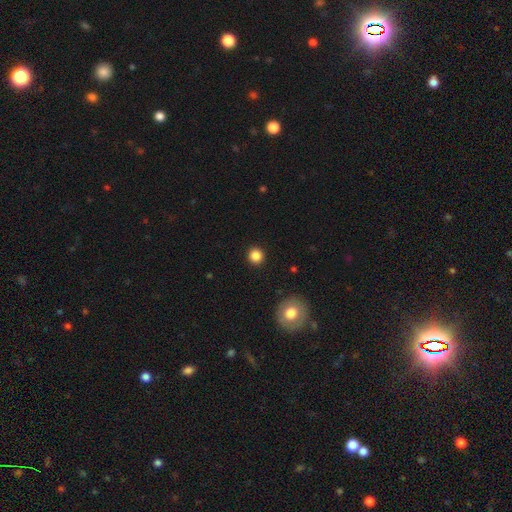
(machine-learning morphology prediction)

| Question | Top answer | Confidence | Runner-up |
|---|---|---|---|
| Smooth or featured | smooth | 85% | star or artifact (11%) |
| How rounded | round | 94% | in between (5%) |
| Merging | none | 92% | minor disturbance (5%) |